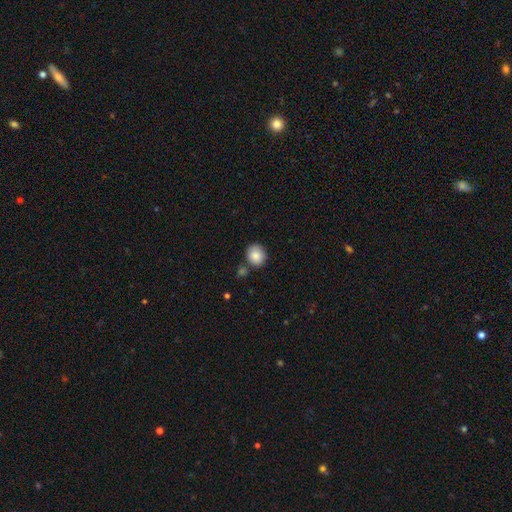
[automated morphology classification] Overall: smooth (87%). How rounded: round (80%). Merging: none (76%).